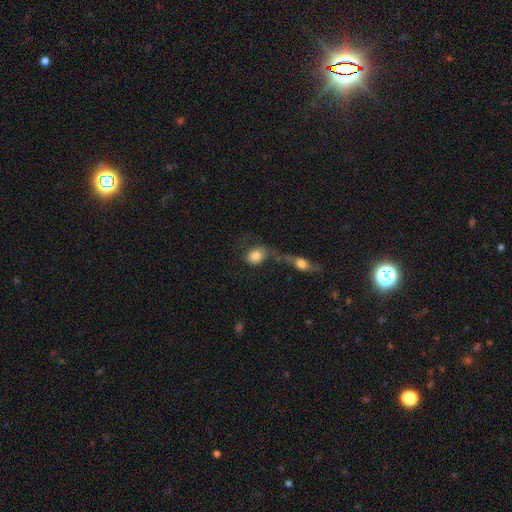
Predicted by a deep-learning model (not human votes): smooth_or_featured: smooth (p=0.81) [alt: featured or disk p=0.12]
how_rounded: in between (p=0.57) [alt: round p=0.41]
merging: merger (p=0.46) [alt: none p=0.29]